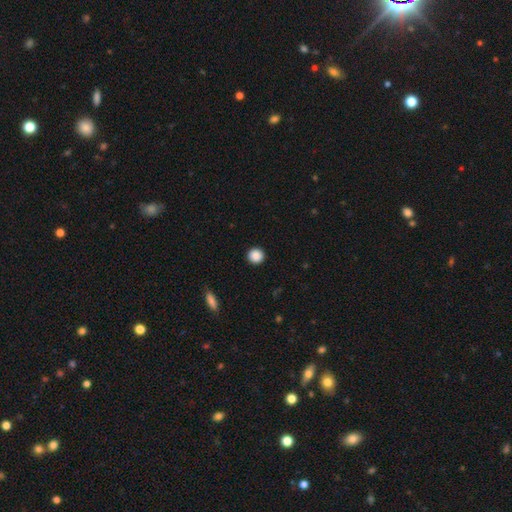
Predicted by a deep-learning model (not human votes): A smooth galaxy with no disk features (88%) that is round (93%). Merging: none (92%).